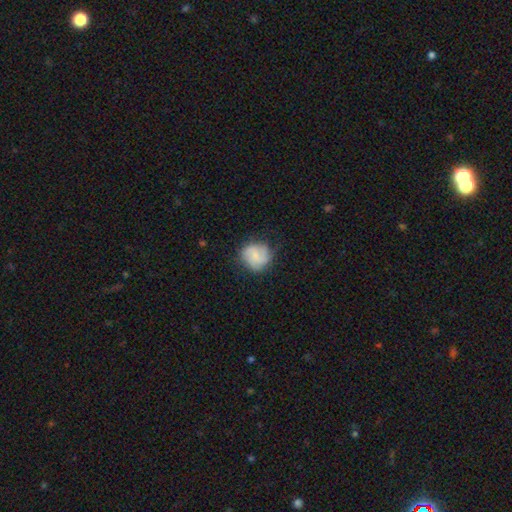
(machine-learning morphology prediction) Smooth or featured? smooth (57%)
How rounded? round (84%)
Merging? none (67%)